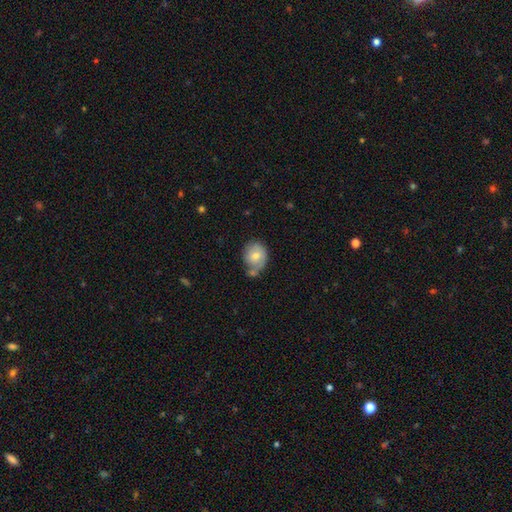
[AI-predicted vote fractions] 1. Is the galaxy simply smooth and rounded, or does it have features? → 68% smooth, 25% featured or disk, 7% star or artifact.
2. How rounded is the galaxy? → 66% round, 33% in between, 1% cigar-shaped.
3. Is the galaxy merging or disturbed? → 46% none, 25% minor disturbance, 20% merger, 9% major disturbance.